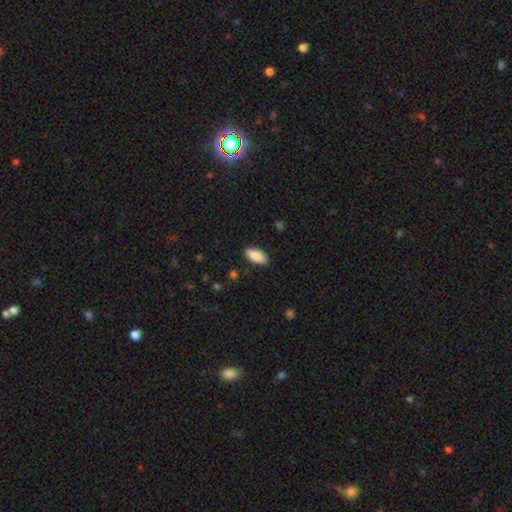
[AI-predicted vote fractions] Smooth or featured?
  - smooth: 88% *
  - featured or disk: 6%
  - star or artifact: 6%
How rounded?
  - in between: 86% *
  - cigar-shaped: 12%
  - round: 2%
Merging?
  - none: 88% *
  - minor disturbance: 9%
  - major disturbance: 2%
  - merger: 1%